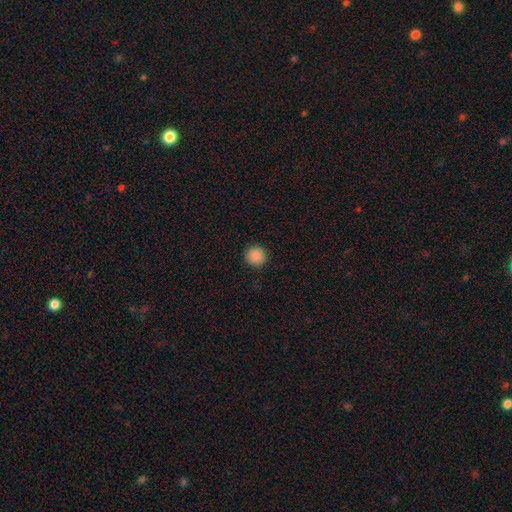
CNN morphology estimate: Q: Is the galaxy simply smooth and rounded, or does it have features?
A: smooth — 88%.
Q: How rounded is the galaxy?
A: round — 94%.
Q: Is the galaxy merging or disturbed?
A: none — 91%.